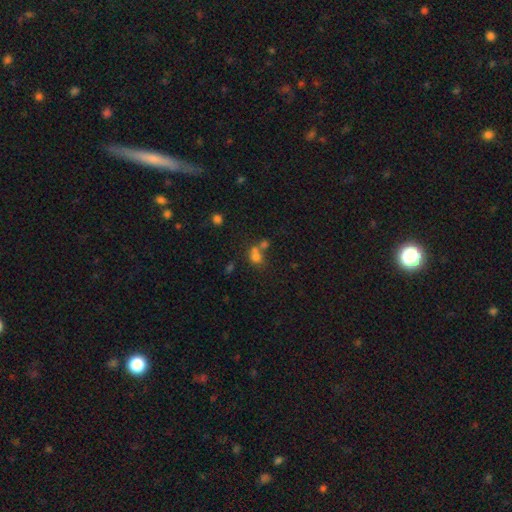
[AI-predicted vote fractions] A smooth galaxy with no disk features (70%) that is in between round and cigar-shaped (52%). Merging: merger (49%).